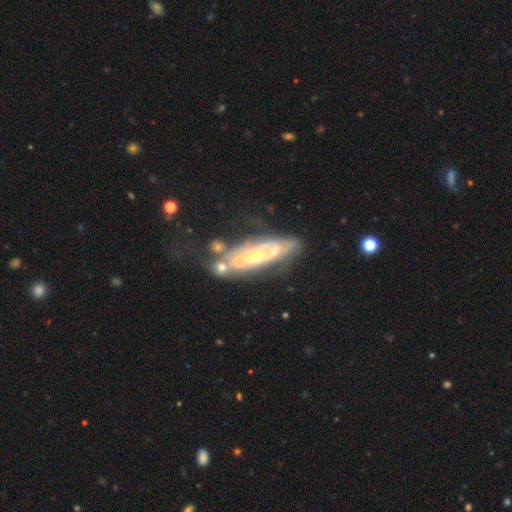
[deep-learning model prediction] smooth_or_featured: featured or disk (p=0.75) [alt: smooth p=0.18]
disk_edge_on: no (p=0.80) [alt: yes p=0.20]
bar: no (p=0.69) [alt: weak p=0.23]
has_spiral_arms: yes (p=0.70) [alt: no p=0.30]
bulge_size: small (p=0.60) [alt: moderate p=0.35]
merging: none (p=0.45) [alt: minor disturbance p=0.23]